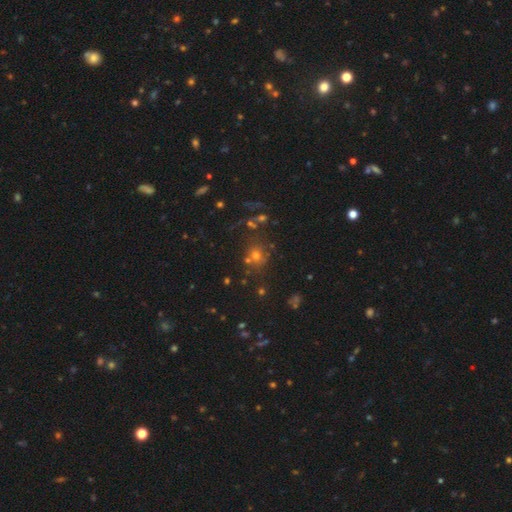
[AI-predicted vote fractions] Smooth or featured: smooth — 53% (star or artifact — 36%)
How rounded: round — 82% (in between — 17%)
Merging: none — 70% (merger — 13%)